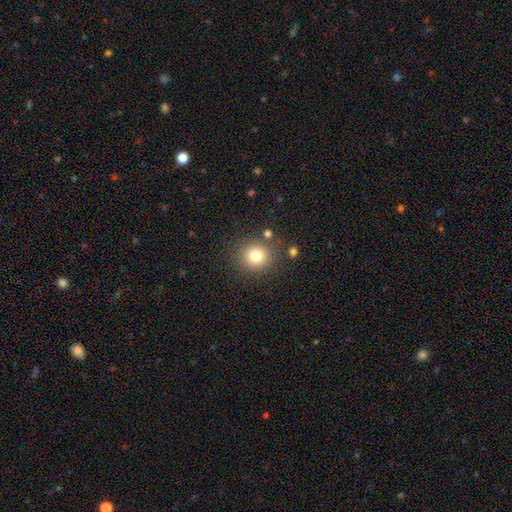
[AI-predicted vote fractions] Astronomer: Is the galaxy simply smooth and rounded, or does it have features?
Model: smooth — 79%.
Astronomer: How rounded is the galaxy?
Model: round — 86%.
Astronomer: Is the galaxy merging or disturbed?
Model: none — 84%.